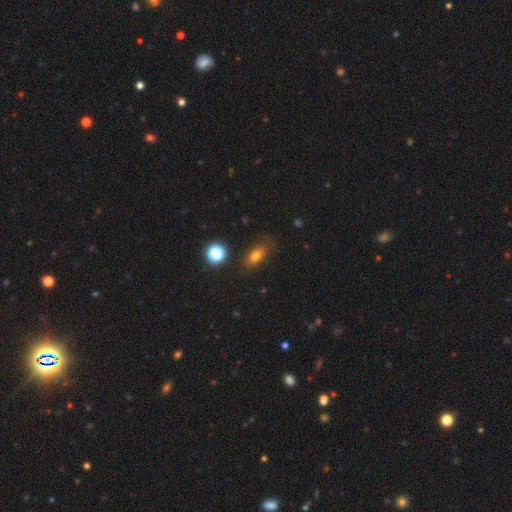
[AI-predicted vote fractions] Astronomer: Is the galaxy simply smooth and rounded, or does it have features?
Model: smooth — 74%.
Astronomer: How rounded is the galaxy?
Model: in between — 74%.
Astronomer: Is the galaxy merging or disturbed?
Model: none — 80%.